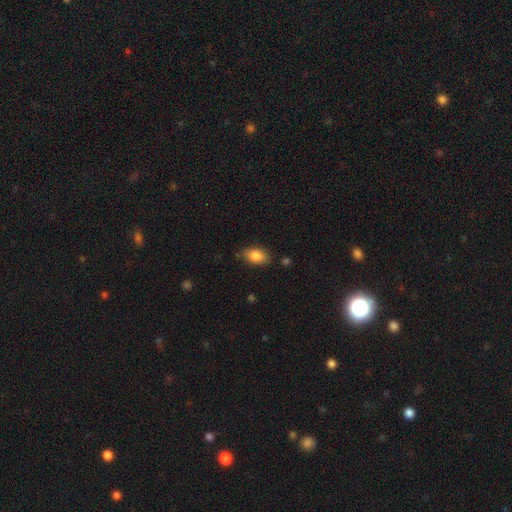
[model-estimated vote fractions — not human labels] This appears to be a smooth galaxy with no disk features (84%) that is in between round and cigar-shaped (90%). Merging: none (81%).